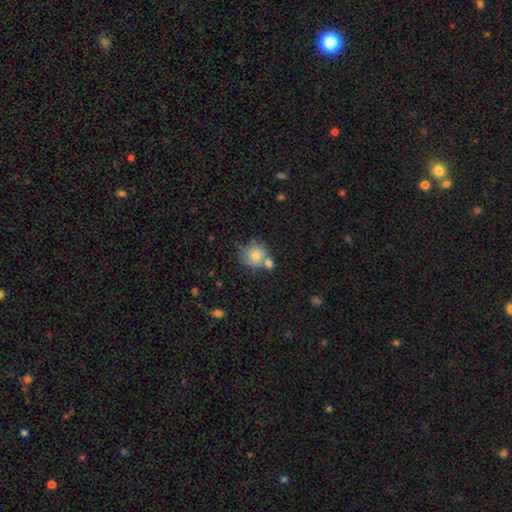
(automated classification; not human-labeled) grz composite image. It shows a smooth galaxy with no disk features (80%) that is round (86%). Merging: none (50%).